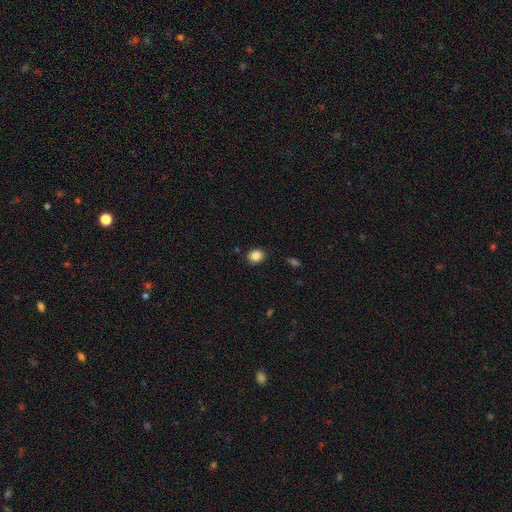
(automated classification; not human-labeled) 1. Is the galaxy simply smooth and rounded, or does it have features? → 85% smooth, 10% star or artifact, 5% featured or disk.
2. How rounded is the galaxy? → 62% round, 37% in between, 1% cigar-shaped.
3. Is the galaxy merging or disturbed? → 86% none, 9% minor disturbance, 2% major disturbance, 2% merger.